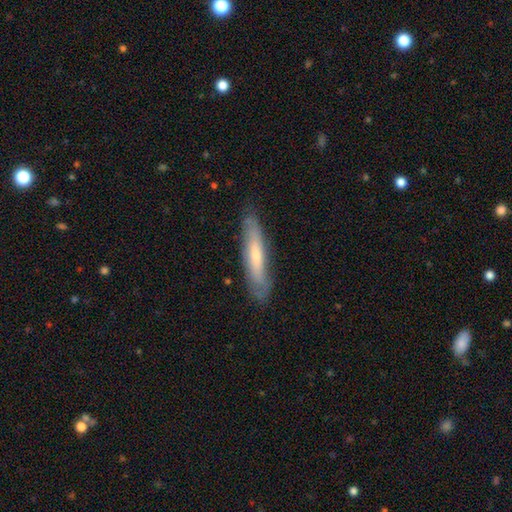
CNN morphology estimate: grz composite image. It shows a smooth galaxy with no disk features (53%) that is cigar-shaped (85%). Merging: none (80%).